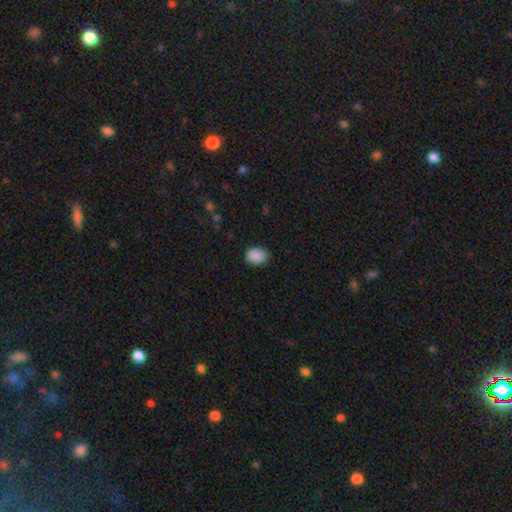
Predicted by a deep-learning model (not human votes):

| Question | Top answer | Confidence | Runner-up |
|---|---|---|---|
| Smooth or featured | smooth | 89% | star or artifact (8%) |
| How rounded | in between | 59% | round (40%) |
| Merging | none | 82% | minor disturbance (14%) |